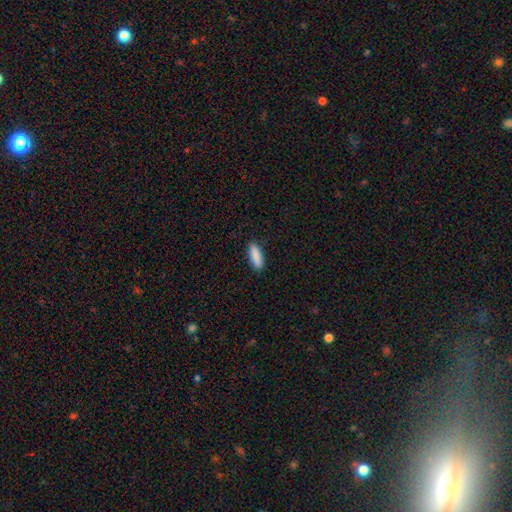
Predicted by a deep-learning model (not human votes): Smooth or featured?
  - smooth: 89% *
  - star or artifact: 6%
  - featured or disk: 5%
How rounded?
  - in between: 52% *
  - cigar-shaped: 47%
  - round: 2%
Merging?
  - none: 90% *
  - minor disturbance: 8%
  - major disturbance: 2%
  - merger: 1%